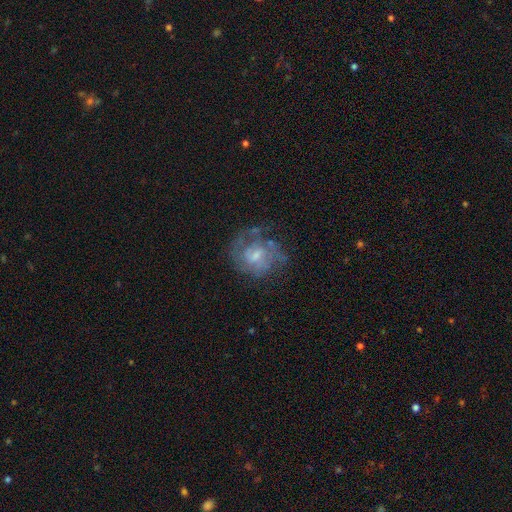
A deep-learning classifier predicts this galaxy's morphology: Smooth or featured? Predicted: featured or disk (p=0.69). Edge-on disk? Predicted: no (p=0.97). Bar? Predicted: no (p=0.56). Spiral arms? Predicted: yes (p=0.75). Spiral winding? Predicted: tight (p=0.46). Spiral arm count? Predicted: can't tell (p=0.42). Bulge size? Predicted: small (p=0.44). Merging? Predicted: none (p=0.60).